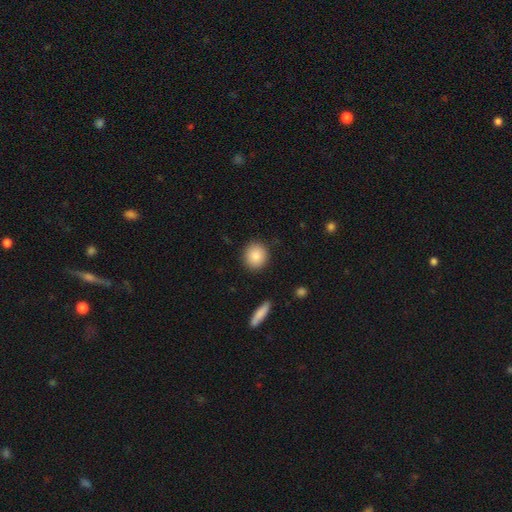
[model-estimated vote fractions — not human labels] The model was most divided on "how rounded": round: 85%, in between: 14%, cigar-shaped: 1%. More confident: merging — none (90%); smooth or featured — smooth (85%).